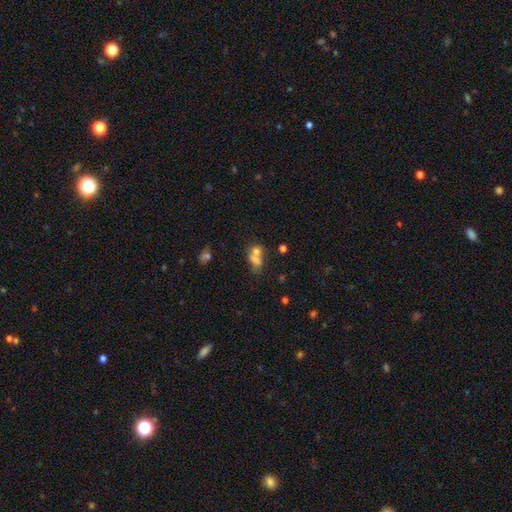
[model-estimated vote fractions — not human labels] smooth_or_featured: smooth (p=0.66) [alt: featured or disk p=0.19]
how_rounded: in between (p=0.53) [alt: round p=0.44]
merging: merger (p=0.62) [alt: none p=0.24]